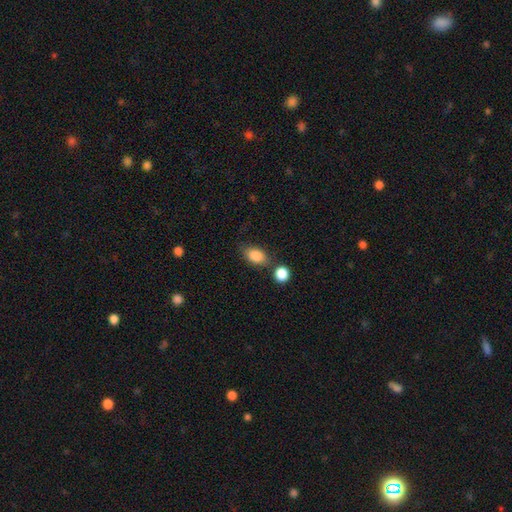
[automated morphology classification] The model was most divided on "merging": none: 64%, minor disturbance: 17%, merger: 14%, major disturbance: 5%. More confident: smooth or featured — smooth (87%); how rounded — in between (82%).